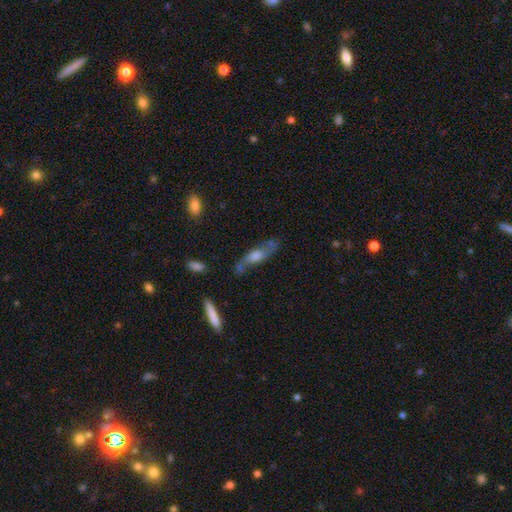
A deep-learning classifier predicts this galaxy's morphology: Smooth or featured?
  - featured or disk: 65% *
  - smooth: 27%
  - star or artifact: 8%
Edge-on disk?
  - no: 60% *
  - yes: 40%
Merging?
  - none: 63% *
  - minor disturbance: 20%
  - major disturbance: 10%
  - merger: 7%